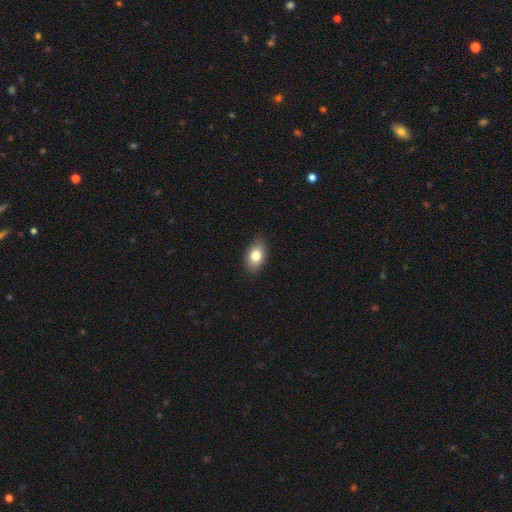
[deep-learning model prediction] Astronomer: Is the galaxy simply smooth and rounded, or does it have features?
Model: smooth — 82%.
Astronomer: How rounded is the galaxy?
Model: in between — 90%.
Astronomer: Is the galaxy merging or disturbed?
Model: none — 88%.